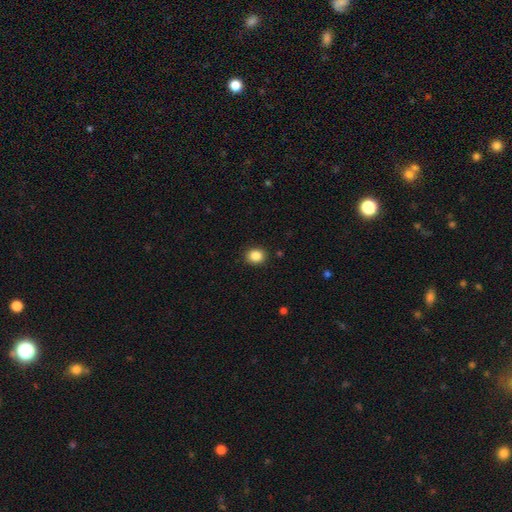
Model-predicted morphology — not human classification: type=smooth (87%); roundness=round (71%); merging=none (90%).